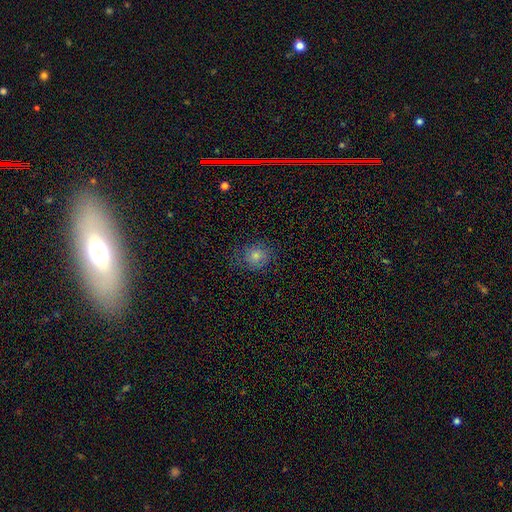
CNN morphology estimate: Smooth or featured: smooth — 58% (star or artifact — 23%)
How rounded: round — 82% (in between — 17%)
Merging: none — 76% (minor disturbance — 17%)